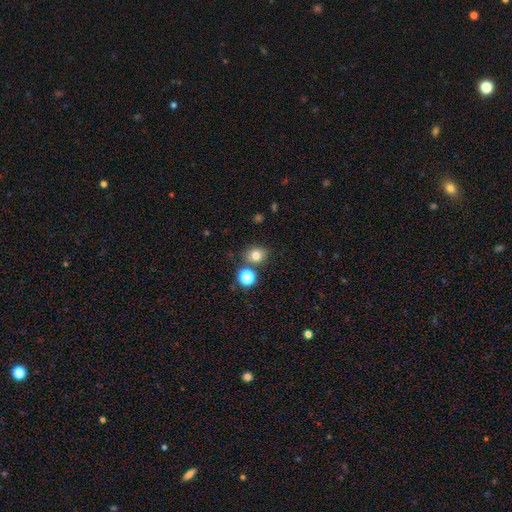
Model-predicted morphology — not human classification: smooth_or_featured: smooth (p=0.77) [alt: star or artifact p=0.15]
how_rounded: round (p=0.66) [alt: in between p=0.33]
merging: none (p=0.75) [alt: merger p=0.12]